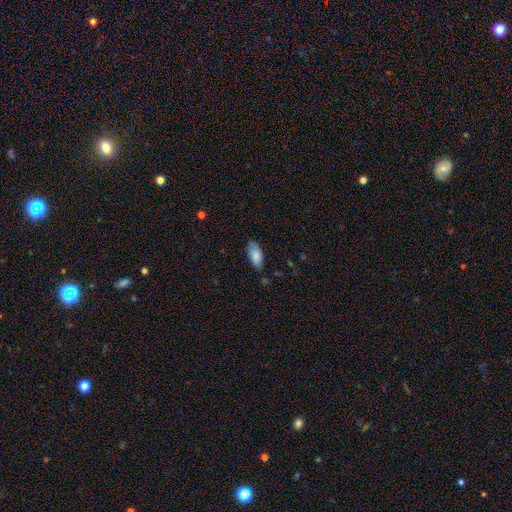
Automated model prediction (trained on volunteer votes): This appears to be a smooth galaxy with no disk features (79%) that is in between round and cigar-shaped (89%). Merging: none (74%).